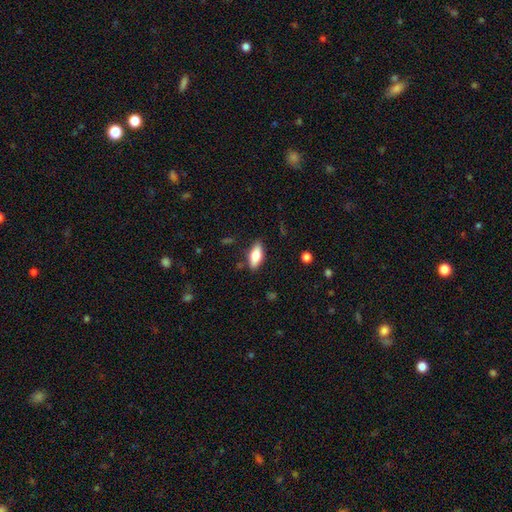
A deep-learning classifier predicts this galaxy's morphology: Smooth or featured?
  - smooth: 75% *
  - featured or disk: 19%
  - star or artifact: 7%
How rounded?
  - in between: 81% *
  - cigar-shaped: 16%
  - round: 3%
Merging?
  - none: 85% *
  - minor disturbance: 11%
  - major disturbance: 3%
  - merger: 2%